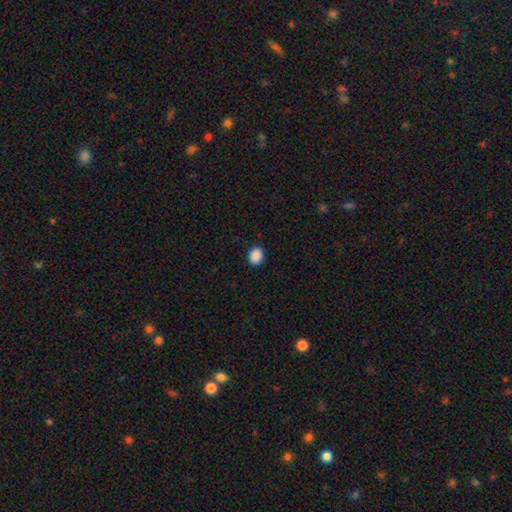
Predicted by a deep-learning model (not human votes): The model was most divided on "how rounded": round: 61%, in between: 38%, cigar-shaped: 1%. More confident: merging — none (90%); smooth or featured — smooth (89%).